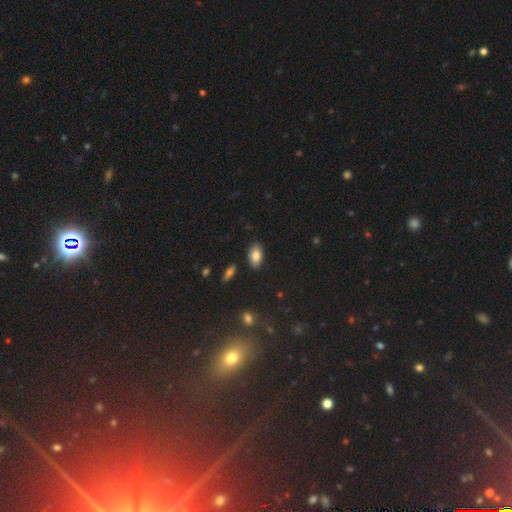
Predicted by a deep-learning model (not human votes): smooth 82%, featured or disk 10%, star or artifact 8%. Down the decision tree: how rounded — in between (92%); merging — none (85%).